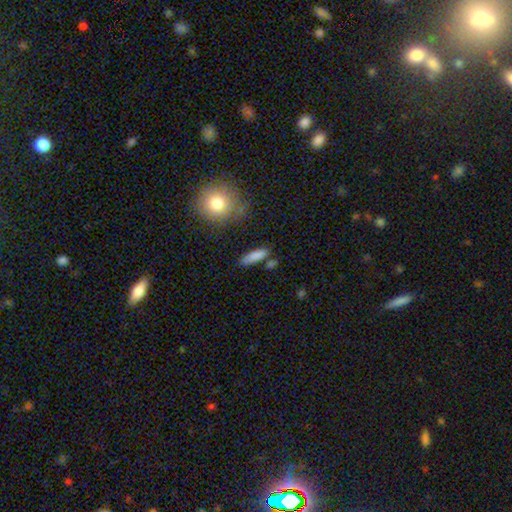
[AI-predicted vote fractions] This appears to be a smooth galaxy with no disk features (84%) that is cigar-shaped (59%). Merging: none (74%).